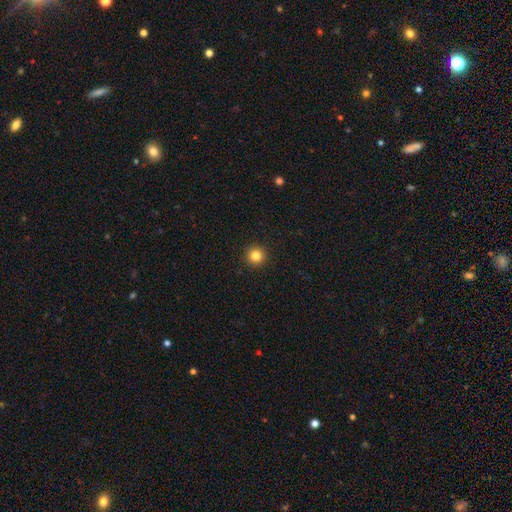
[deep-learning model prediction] This is clearly a smooth galaxy (83%). How rounded: clearly round (96%). Merging: clearly none (93%).